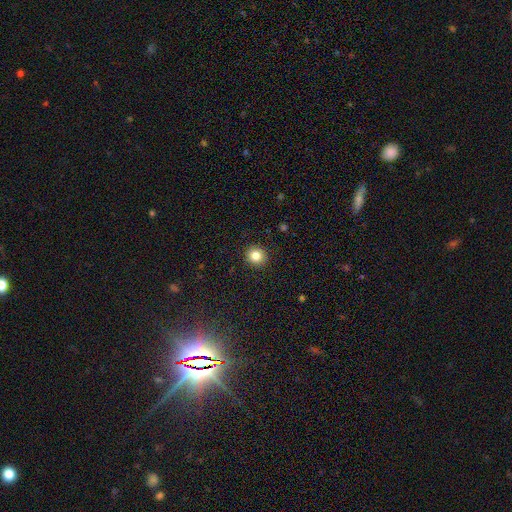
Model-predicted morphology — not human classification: This is clearly a smooth galaxy (83%). How rounded: clearly round (91%). Merging: clearly none (92%).